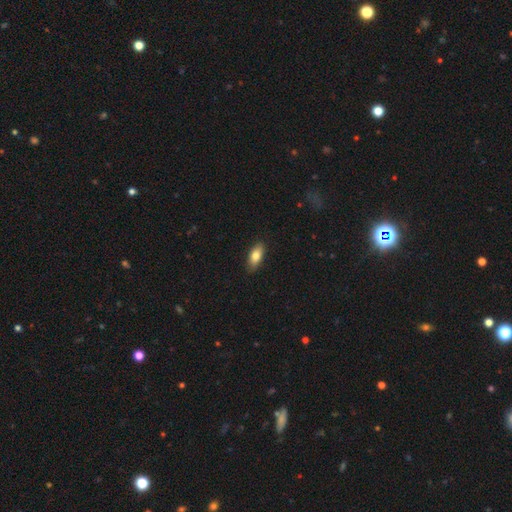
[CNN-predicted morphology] type=smooth (80%); roundness=in between (85%); merging=none (87%).